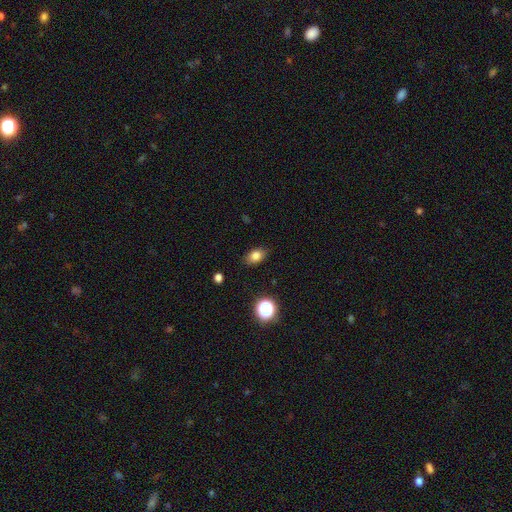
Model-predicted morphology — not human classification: Q: Smooth or featured?
A: smooth (81%); runner-up: star or artifact (11%)
Q: How rounded?
A: in between (81%); runner-up: round (17%)
Q: Merging?
A: none (85%); runner-up: minor disturbance (11%)